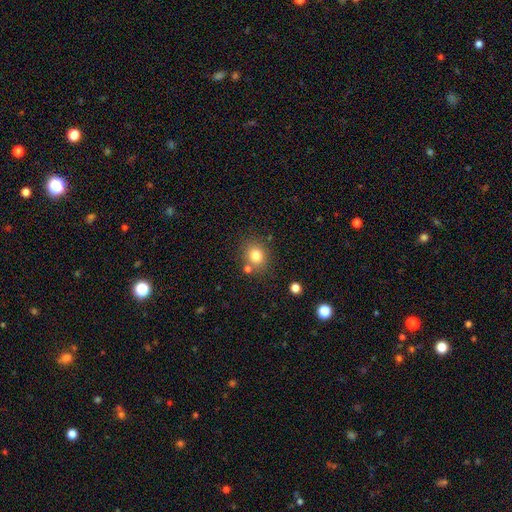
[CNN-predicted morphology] Smooth or featured: smooth — 80% (star or artifact — 12%)
How rounded: round — 70% (in between — 29%)
Merging: none — 74% (minor disturbance — 11%)